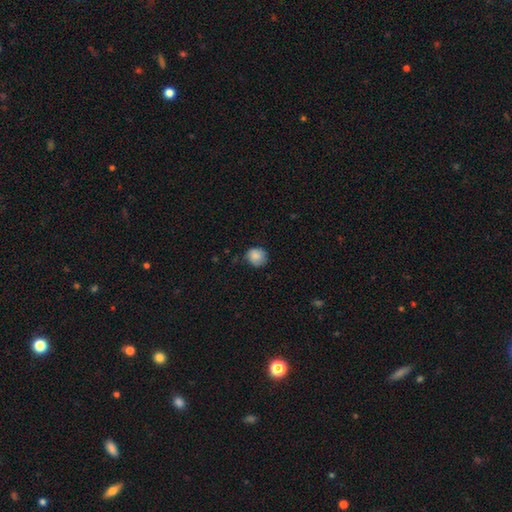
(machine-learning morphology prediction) A smooth galaxy with no disk features (86%) that is round (85%). Merging: none (73%).